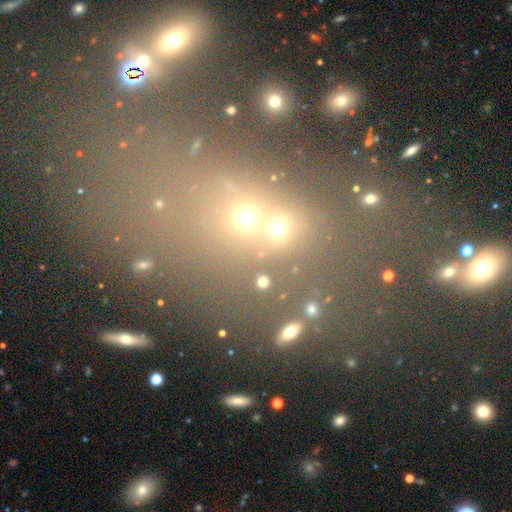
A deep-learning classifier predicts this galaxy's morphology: A star or artifact, not a galaxy (45%).